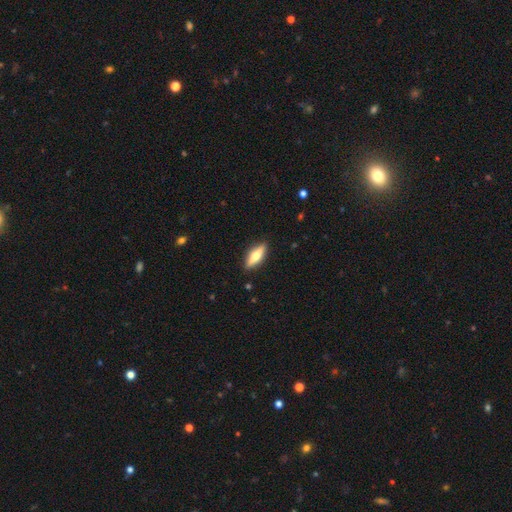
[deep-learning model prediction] A smooth galaxy with no disk features (52%) that is cigar-shaped (50%). Merging: none (89%).